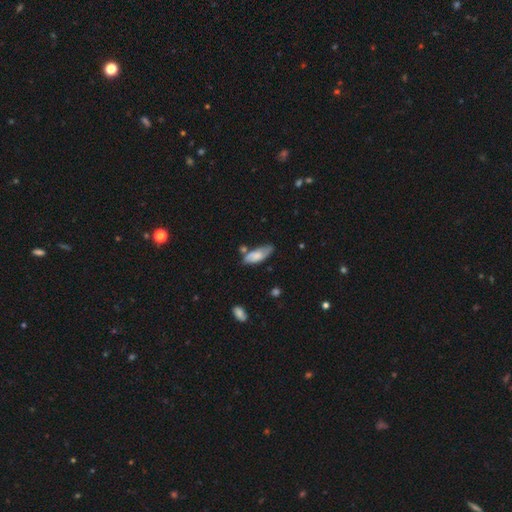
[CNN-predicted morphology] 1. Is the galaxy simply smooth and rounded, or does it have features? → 67% smooth, 26% featured or disk, 7% star or artifact.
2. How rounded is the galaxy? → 76% in between, 22% cigar-shaped, 2% round.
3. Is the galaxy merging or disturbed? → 51% none, 31% minor disturbance, 10% merger, 8% major disturbance.